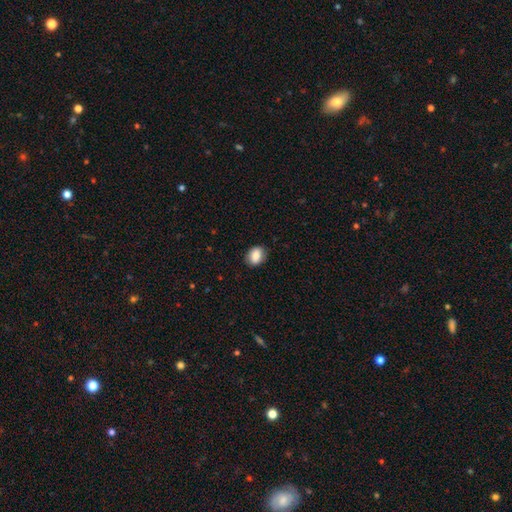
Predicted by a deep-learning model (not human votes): smooth 85%, star or artifact 8%, featured or disk 7%. Down the decision tree: how rounded — in between (64%); merging — none (85%).